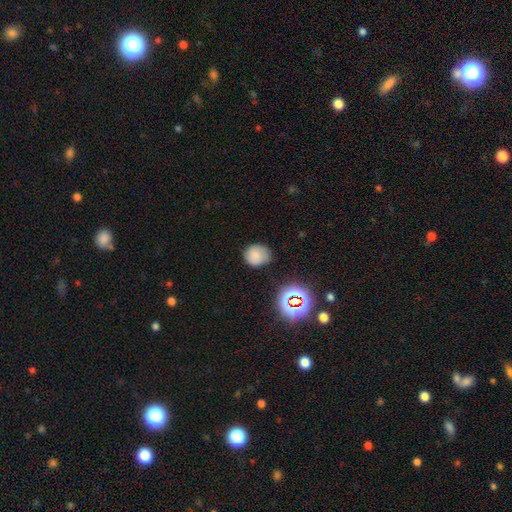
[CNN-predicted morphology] A smooth galaxy with no disk features (76%) that is round (81%). Merging: none (75%).